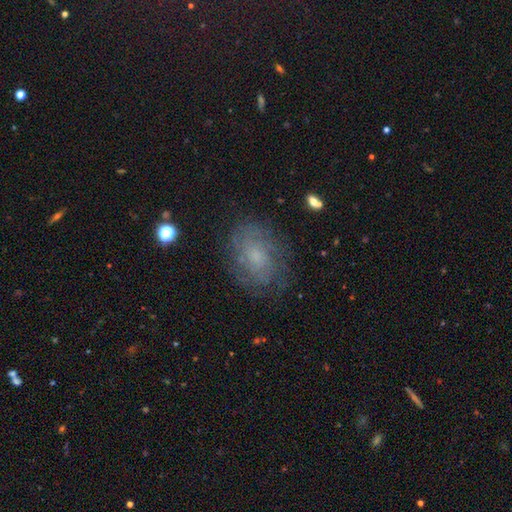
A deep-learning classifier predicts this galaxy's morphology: Q: Smooth or featured?
A: featured or disk (57%); runner-up: smooth (30%)
Q: Edge-on disk?
A: no (96%); runner-up: yes (4%)
Q: Bar?
A: no (75%); runner-up: weak (22%)
Q: Spiral arms?
A: yes (82%); runner-up: no (18%)
Q: Bulge size?
A: small (46%); runner-up: moderate (29%)
Q: Merging?
A: none (76%); runner-up: minor disturbance (16%)